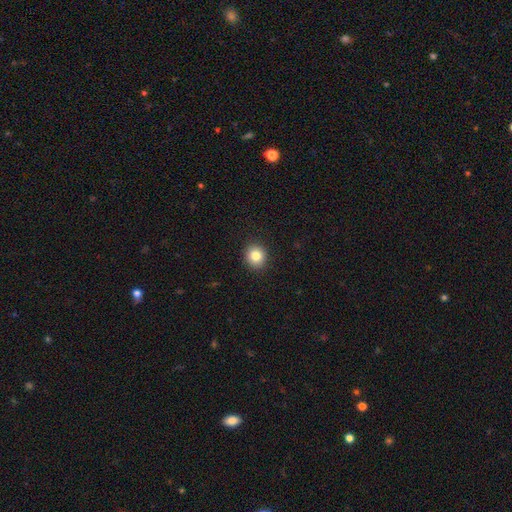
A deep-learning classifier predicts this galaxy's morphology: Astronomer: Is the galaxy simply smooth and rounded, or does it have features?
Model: smooth — 83%.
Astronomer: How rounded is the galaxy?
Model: round — 86%.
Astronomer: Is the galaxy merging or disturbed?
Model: none — 92%.